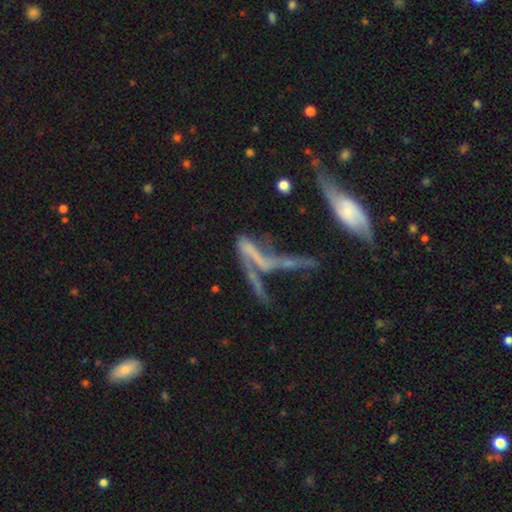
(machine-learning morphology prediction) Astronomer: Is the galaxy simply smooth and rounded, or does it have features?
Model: featured or disk — 60%.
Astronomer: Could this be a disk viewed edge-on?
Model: no — 73%.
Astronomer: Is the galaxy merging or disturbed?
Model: merger — 49% (runner-up: major disturbance, 26%).